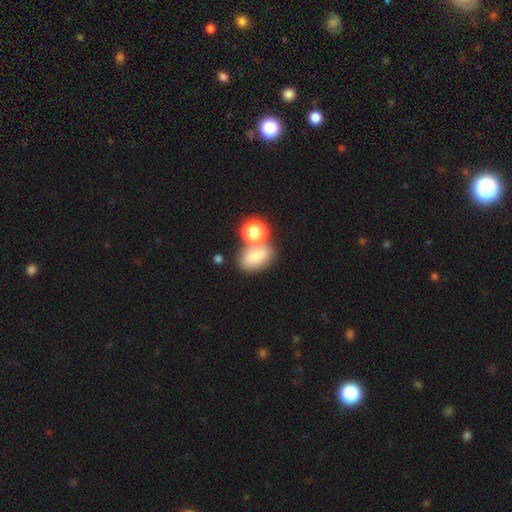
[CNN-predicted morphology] A smooth galaxy with no disk features (75%) that is in between round and cigar-shaped (74%).

Vote fractions:
- Smooth or featured? smooth: 75% / featured or disk: 13% / star or artifact: 12%
- How rounded? in between: 74% / round: 24% / cigar-shaped: 2%
- Merging? none: 47% / merger: 32% / minor disturbance: 14% / major disturbance: 6%